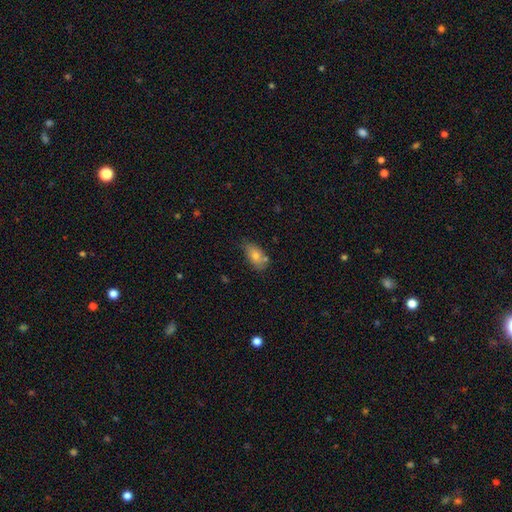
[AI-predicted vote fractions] Overall: smooth (72%). How rounded: in between (87%). Merging: none (65%).